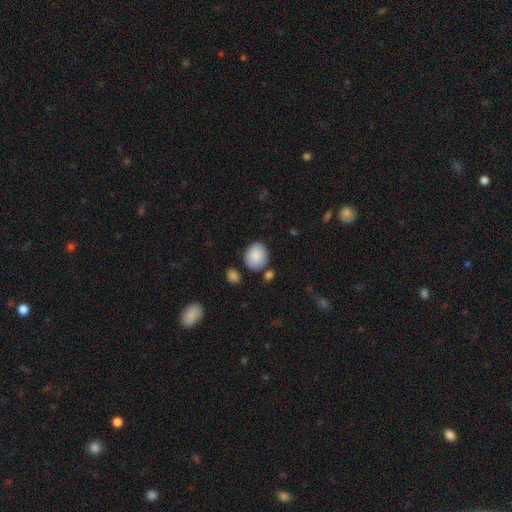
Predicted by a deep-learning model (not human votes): Smooth or featured: smooth — 88% (star or artifact — 7%)
How rounded: round — 60% (in between — 39%)
Merging: none — 77% (minor disturbance — 14%)